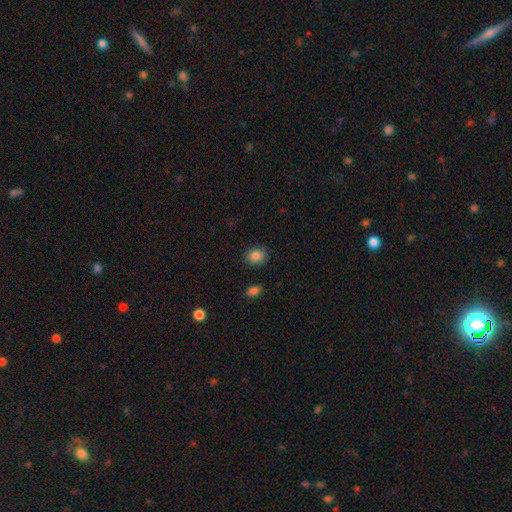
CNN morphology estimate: A smooth galaxy with no disk features (86%) that is round (56%).

Vote fractions:
- Smooth or featured? smooth: 86% / star or artifact: 9% / featured or disk: 5%
- How rounded? round: 56% / in between: 43% / cigar-shaped: 1%
- Merging? none: 87% / minor disturbance: 9% / major disturbance: 2% / merger: 2%